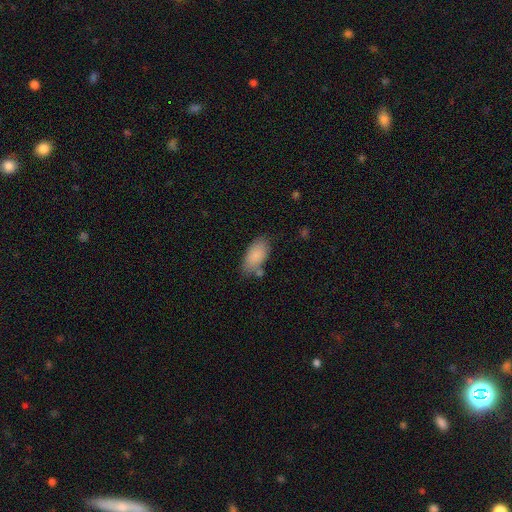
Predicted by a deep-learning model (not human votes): Q: Smooth or featured?
A: smooth (87%); runner-up: star or artifact (7%)
Q: How rounded?
A: in between (93%); runner-up: cigar-shaped (4%)
Q: Merging?
A: none (68%); runner-up: minor disturbance (20%)